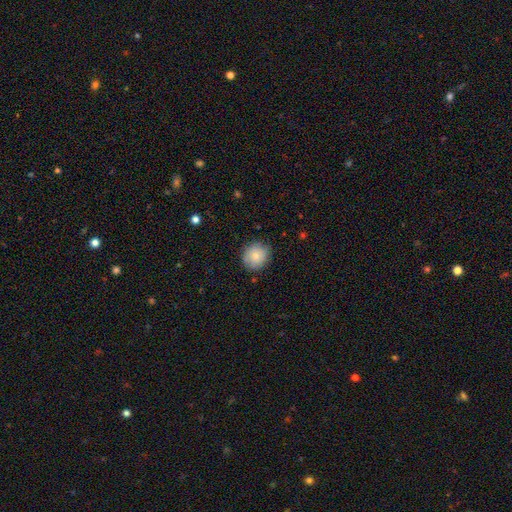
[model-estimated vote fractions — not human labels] smooth-or-featured: smooth: 80% | featured or disk: 13% | star or artifact: 8%
  how-rounded: round: 87% | in between: 12% | cigar-shaped: 1%
  merging: none: 85% | minor disturbance: 12% | major disturbance: 3% | merger: 1%